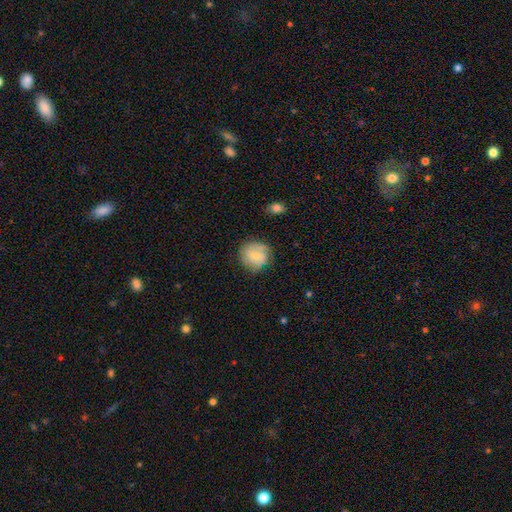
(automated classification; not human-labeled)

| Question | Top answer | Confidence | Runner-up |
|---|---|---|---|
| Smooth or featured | smooth | 64% | featured or disk (28%) |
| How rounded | round | 85% | in between (14%) |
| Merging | none | 70% | minor disturbance (21%) |